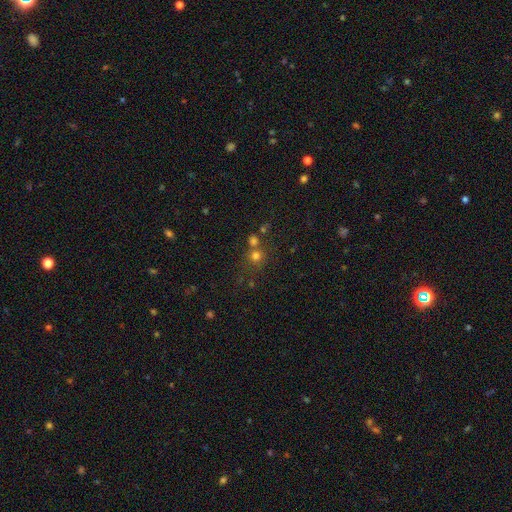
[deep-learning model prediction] Smooth or featured?
  - smooth: 70% *
  - star or artifact: 21%
  - featured or disk: 9%
How rounded?
  - round: 89% *
  - in between: 10%
  - cigar-shaped: 1%
Merging?
  - none: 59% *
  - merger: 30%
  - minor disturbance: 8%
  - major disturbance: 4%